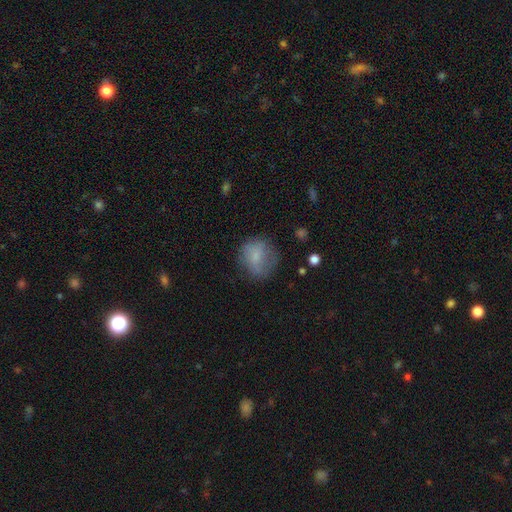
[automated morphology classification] Smooth or featured? smooth (69%)
How rounded? round (73%)
Merging? none (59%)